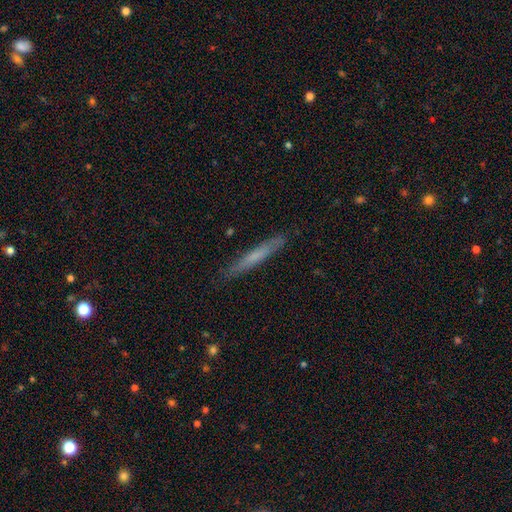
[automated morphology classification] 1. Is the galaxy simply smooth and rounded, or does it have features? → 57% smooth, 36% featured or disk, 6% star or artifact.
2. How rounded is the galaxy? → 96% cigar-shaped, 3% in between, 1% round.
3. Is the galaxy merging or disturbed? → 87% none, 10% minor disturbance, 2% major disturbance, 1% merger.